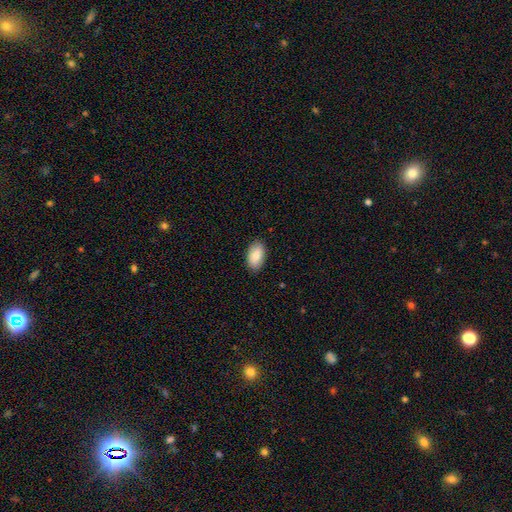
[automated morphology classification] A smooth galaxy with no disk features (86%) that is in between round and cigar-shaped (94%).

Vote fractions:
- Smooth or featured? smooth: 86% / featured or disk: 8% / star or artifact: 6%
- How rounded? in between: 94% / round: 4% / cigar-shaped: 2%
- Merging? none: 89% / minor disturbance: 8% / major disturbance: 2% / merger: 1%